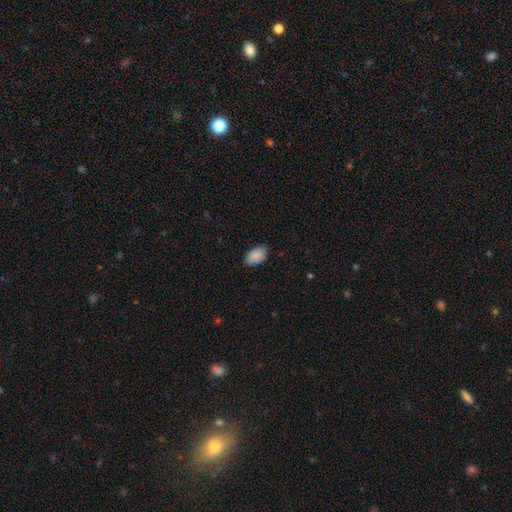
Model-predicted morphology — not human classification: type=smooth (90%); roundness=in between (93%); merging=none (85%).